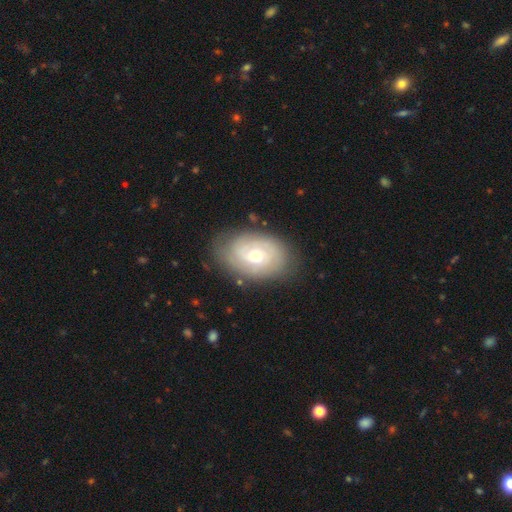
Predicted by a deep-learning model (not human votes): A featured or disk galaxy (71%) with no bar (68%), tight (71%) spiral arms (84%) and a moderate central bulge (56%). Merging: none (77%).